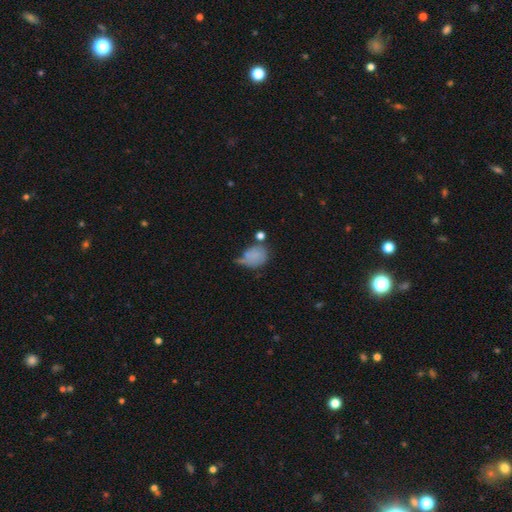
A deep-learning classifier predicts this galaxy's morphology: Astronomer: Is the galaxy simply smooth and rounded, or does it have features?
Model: smooth — 73%.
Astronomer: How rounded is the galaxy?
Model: in between — 50% (runner-up: round, 48%).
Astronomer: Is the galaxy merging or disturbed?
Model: minor disturbance — 33% (runner-up: none, 31%).